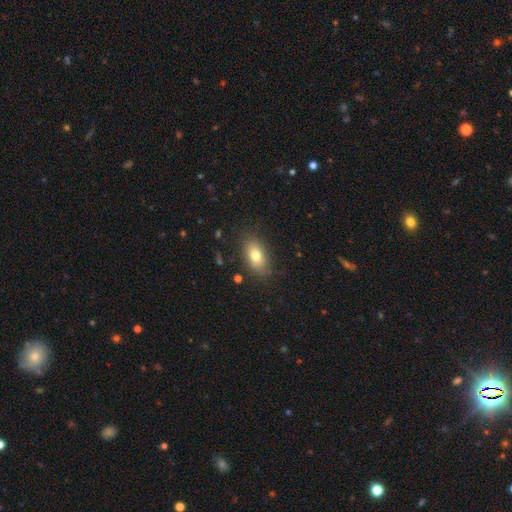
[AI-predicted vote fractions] The model was most divided on "smooth or featured": smooth: 78%, featured or disk: 13%, star or artifact: 9%. More confident: how rounded — in between (86%); merging — none (82%).